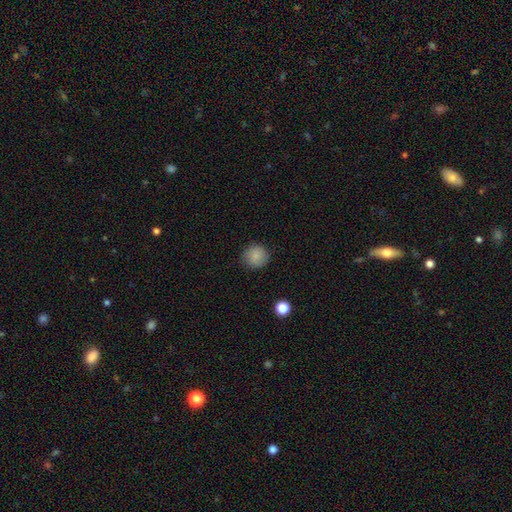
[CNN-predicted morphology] smooth_or_featured: smooth (p=0.85) [alt: star or artifact p=0.10]
how_rounded: round (p=0.89) [alt: in between p=0.10]
merging: none (p=0.82) [alt: minor disturbance p=0.14]